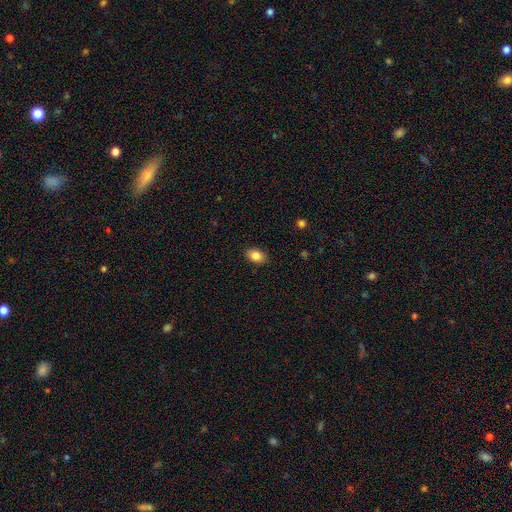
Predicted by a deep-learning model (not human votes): Morphology: type=smooth (86%); roundness=in between (82%); merging=none (88%).